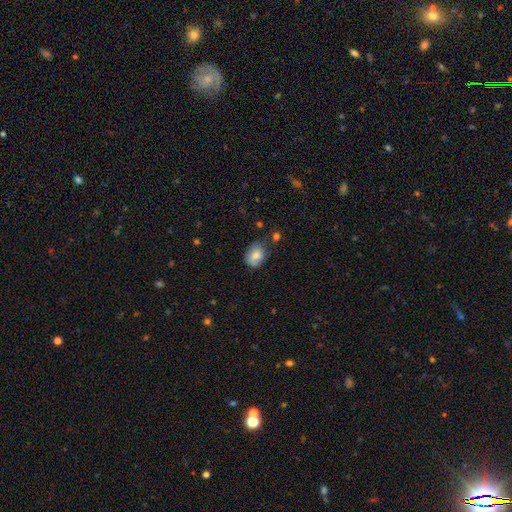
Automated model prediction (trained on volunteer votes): Smooth or featured? smooth (78%)
How rounded? in between (68%)
Merging? none (61%)